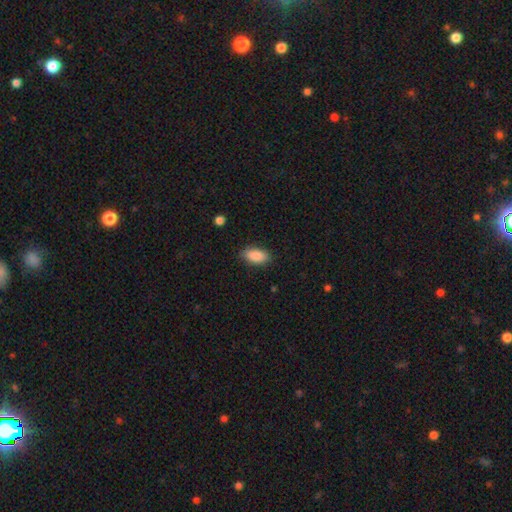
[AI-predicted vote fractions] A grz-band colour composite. It shows a smooth galaxy with no disk features (88%) that is in between round and cigar-shaped (90%). Merging: none (86%).